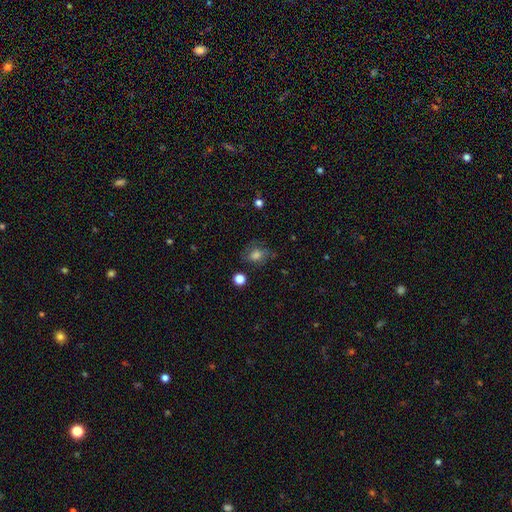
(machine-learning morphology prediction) Smooth or featured: smooth — 58% (featured or disk — 25%)
How rounded: round — 52% (in between — 46%)
Merging: none — 63% (minor disturbance — 21%)